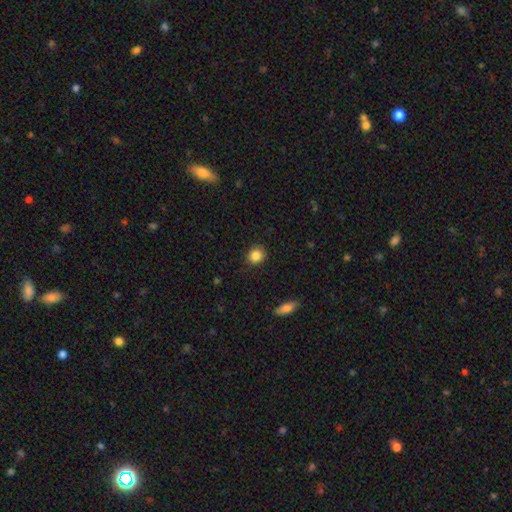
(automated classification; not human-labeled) Overall: smooth (85%). How rounded: round (84%). Merging: none (90%).